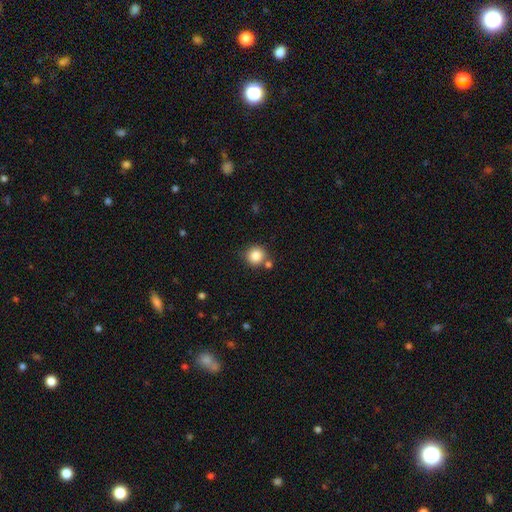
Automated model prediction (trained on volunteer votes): smooth 84%, star or artifact 10%, featured or disk 6%. Down the decision tree: how rounded — round (93%); merging — none (73%).